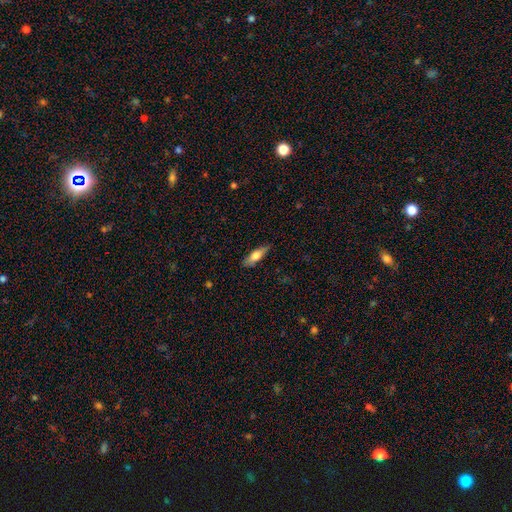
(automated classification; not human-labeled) smooth-or-featured: smooth: 64% | featured or disk: 29% | star or artifact: 6%
  how-rounded: in between: 52% | cigar-shaped: 46% | round: 2%
  merging: none: 81% | minor disturbance: 14% | major disturbance: 3% | merger: 1%